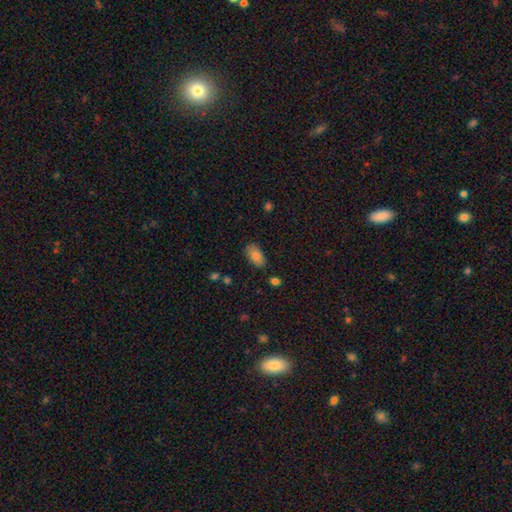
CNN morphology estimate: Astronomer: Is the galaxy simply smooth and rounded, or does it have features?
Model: smooth — 81%.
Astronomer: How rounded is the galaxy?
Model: in between — 93%.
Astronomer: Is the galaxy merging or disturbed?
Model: none — 81%.